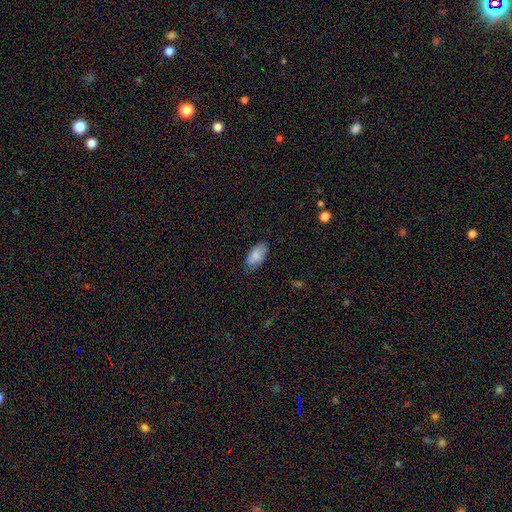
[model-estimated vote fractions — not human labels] Smooth or featured: smooth — 85% (featured or disk — 9%)
How rounded: in between — 94% (cigar-shaped — 3%)
Merging: none — 73% (minor disturbance — 22%)